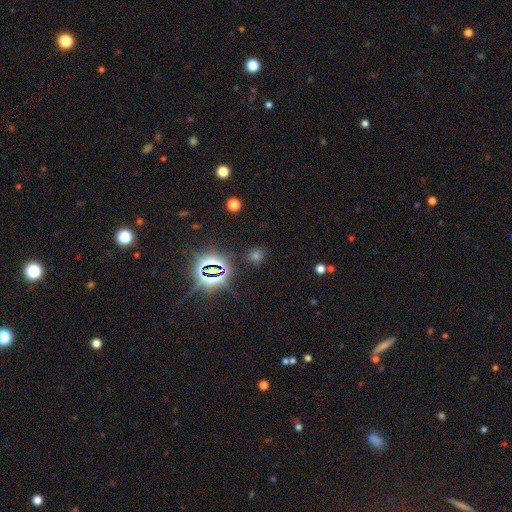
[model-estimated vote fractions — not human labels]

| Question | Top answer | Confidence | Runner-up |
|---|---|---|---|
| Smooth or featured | star or artifact | 56% | smooth (36%) |